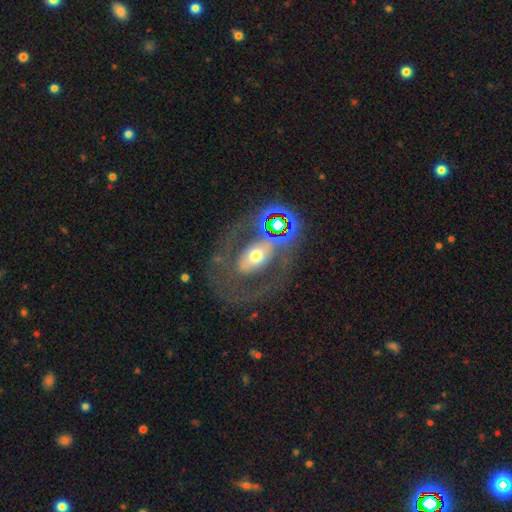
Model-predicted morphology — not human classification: The model was most divided on "spiral arms" (2-way tie): yes: 50%, no: 50%. Remaining: edge-on disk — no (92%); bulge size — moderate (64%); smooth or featured — featured or disk (60%); merging — none (52%); bar — no (44%).